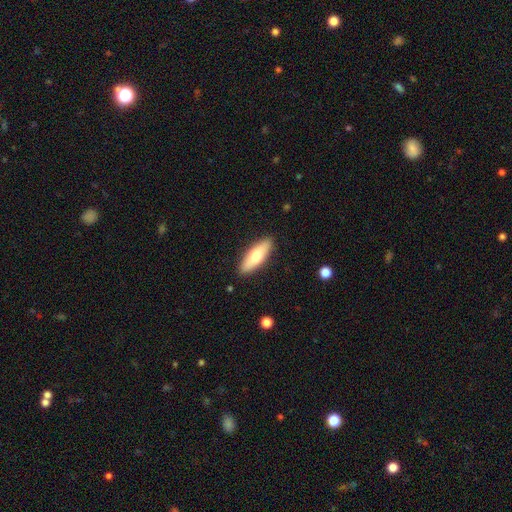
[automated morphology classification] This is likely a smooth galaxy (67%). How rounded: possibly in between (57%). Merging: clearly none (88%).